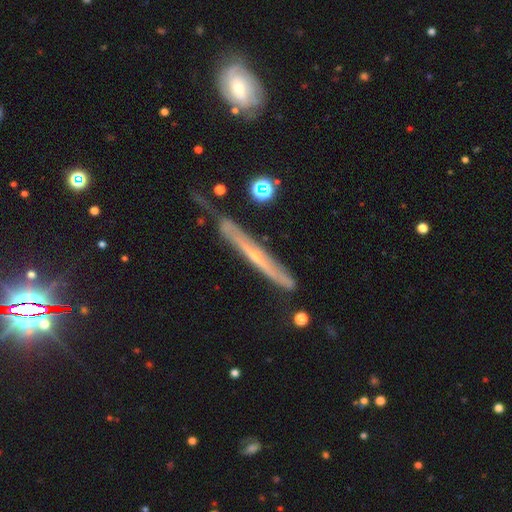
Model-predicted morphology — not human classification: featured or disk 72%, smooth 20%, star or artifact 8%. Down the decision tree: edge-on disk — yes (87%); edge-on bulge — rounded (56%); merging — none (68%).